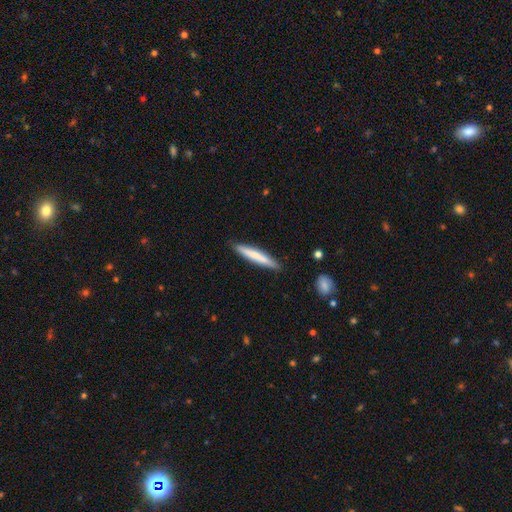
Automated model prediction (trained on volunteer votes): A smooth galaxy with no disk features (69%) that is cigar-shaped (93%).

Vote fractions:
- Smooth or featured? smooth: 69% / featured or disk: 25% / star or artifact: 5%
- How rounded? cigar-shaped: 93% / in between: 5% / round: 1%
- Merging? none: 88% / minor disturbance: 9% / major disturbance: 2% / merger: 1%